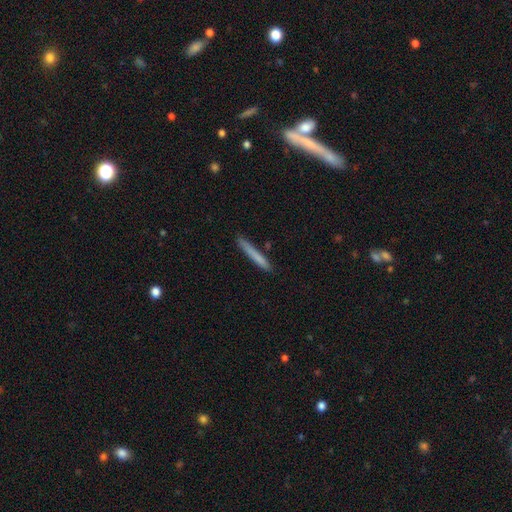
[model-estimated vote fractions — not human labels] smooth_or_featured: smooth (p=0.74) [alt: featured or disk p=0.19]
how_rounded: cigar-shaped (p=0.96) [alt: in between p=0.02]
merging: none (p=0.85) [alt: minor disturbance p=0.11]